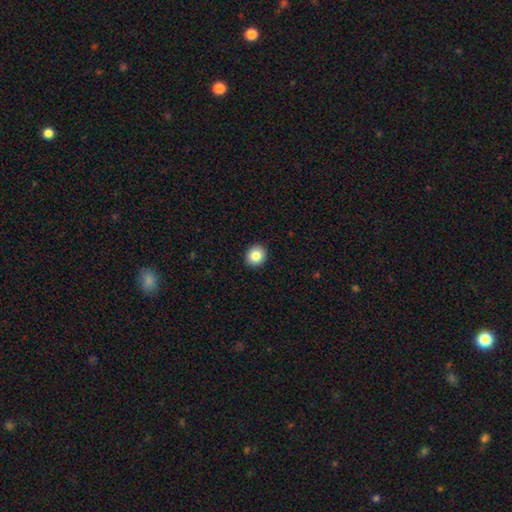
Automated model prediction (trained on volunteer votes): This appears to be a smooth galaxy with no disk features (84%) that is round (79%). Merging: none (92%).